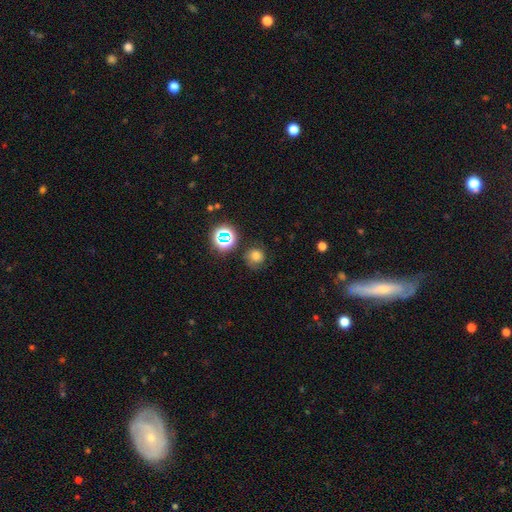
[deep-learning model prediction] Q: Smooth or featured?
A: smooth (66%); runner-up: star or artifact (21%)
Q: How rounded?
A: round (86%); runner-up: in between (13%)
Q: Merging?
A: none (71%); runner-up: minor disturbance (18%)